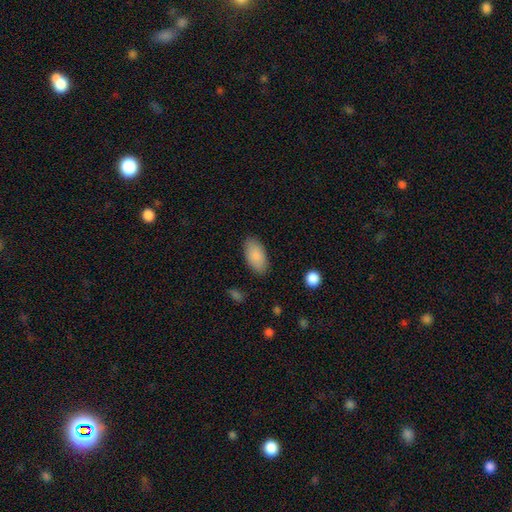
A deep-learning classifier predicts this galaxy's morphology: smooth_or_featured: smooth (p=0.87) [alt: featured or disk p=0.07]
how_rounded: in between (p=0.94) [alt: cigar-shaped p=0.03]
merging: none (p=0.86) [alt: minor disturbance p=0.10]